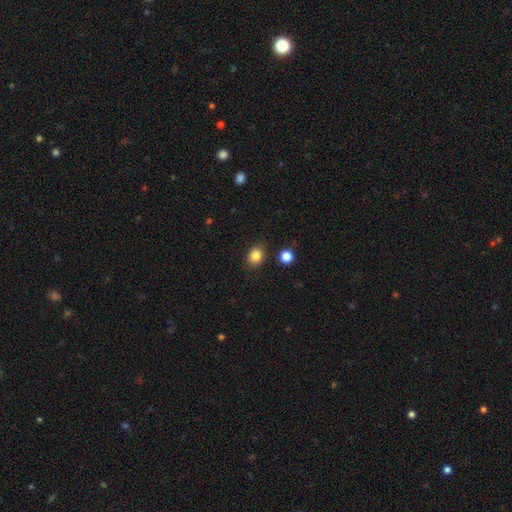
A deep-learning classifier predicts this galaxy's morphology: A smooth galaxy with no disk features (85%) that is round (54%).

Vote fractions:
- Smooth or featured? smooth: 85% / star or artifact: 10% / featured or disk: 5%
- How rounded? round: 54% / in between: 45% / cigar-shaped: 1%
- Merging? none: 86% / minor disturbance: 9% / merger: 3% / major disturbance: 2%